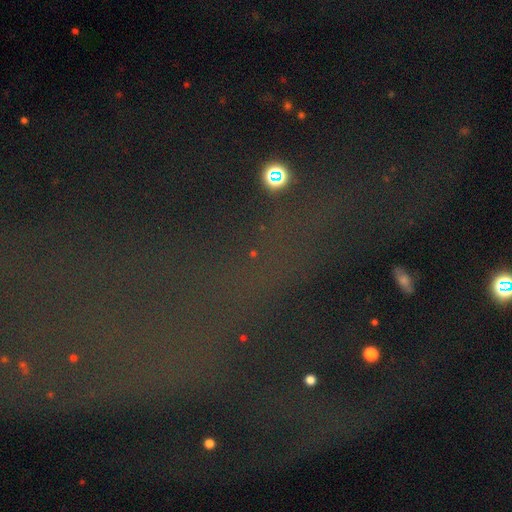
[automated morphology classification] Overall: star or artifact (73%).